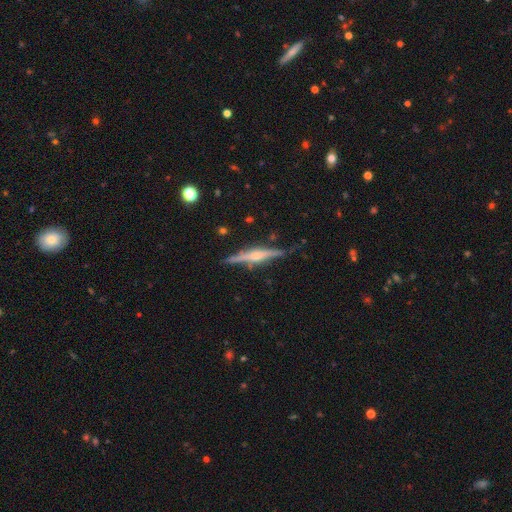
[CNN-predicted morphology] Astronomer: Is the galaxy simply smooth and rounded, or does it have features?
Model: featured or disk — 78%.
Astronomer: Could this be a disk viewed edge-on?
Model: yes — 97%.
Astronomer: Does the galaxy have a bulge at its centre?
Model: rounded — 77%.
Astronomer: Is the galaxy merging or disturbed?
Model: none — 82%.